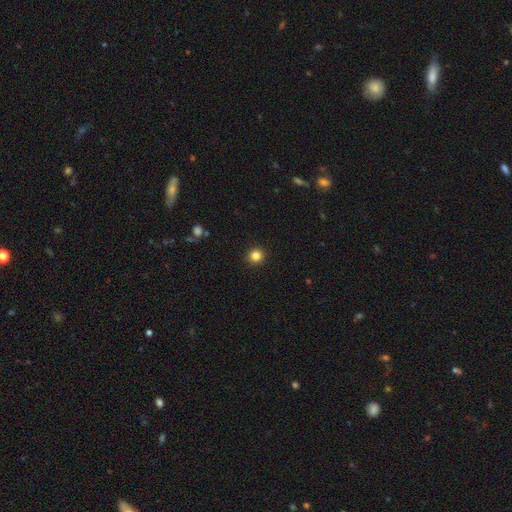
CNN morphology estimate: A smooth galaxy with no disk features (84%) that is round (94%). Merging: none (93%).